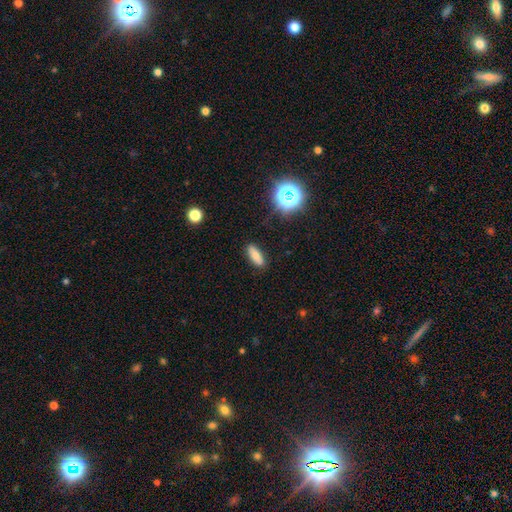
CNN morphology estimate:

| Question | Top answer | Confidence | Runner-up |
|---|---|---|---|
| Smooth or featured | smooth | 73% | featured or disk (15%) |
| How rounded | in between | 67% | cigar-shaped (28%) |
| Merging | none | 86% | minor disturbance (10%) |